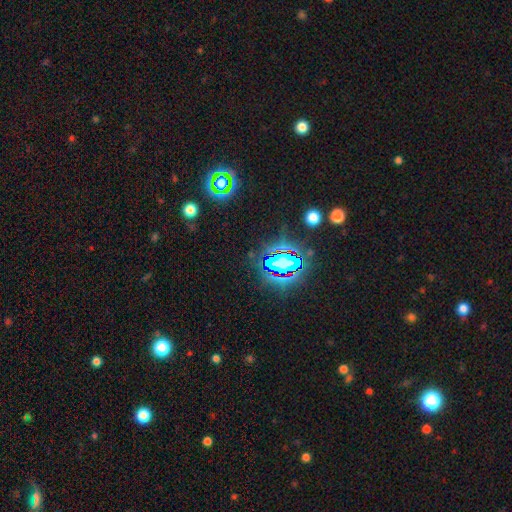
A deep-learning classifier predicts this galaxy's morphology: Q: Smooth or featured?
A: star or artifact (81%); runner-up: smooth (12%)